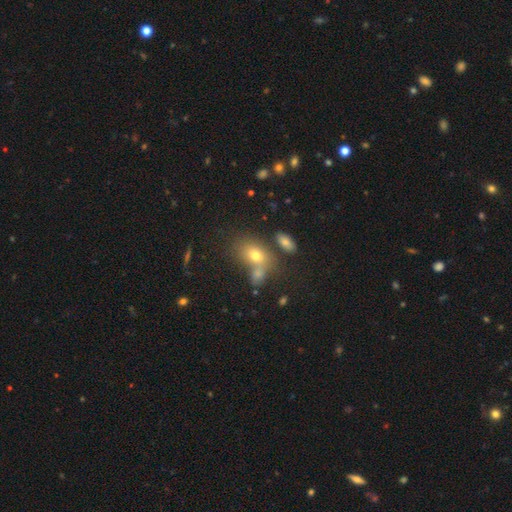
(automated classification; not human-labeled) Smooth or featured?
  - smooth: 68% *
  - featured or disk: 18%
  - star or artifact: 14%
How rounded?
  - in between: 74% *
  - round: 23%
  - cigar-shaped: 2%
Merging?
  - none: 45% *
  - merger: 37%
  - minor disturbance: 12%
  - major disturbance: 6%